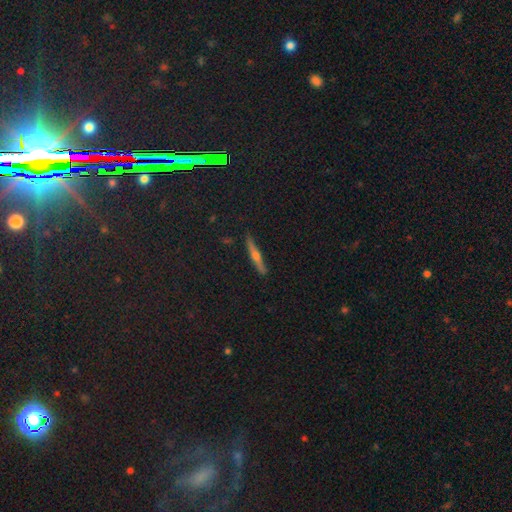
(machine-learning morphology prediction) featured or disk 65%, smooth 26%, star or artifact 8%. Down the decision tree: edge-on disk — yes (97%); edge-on bulge — rounded (90%); merging — none (89%).